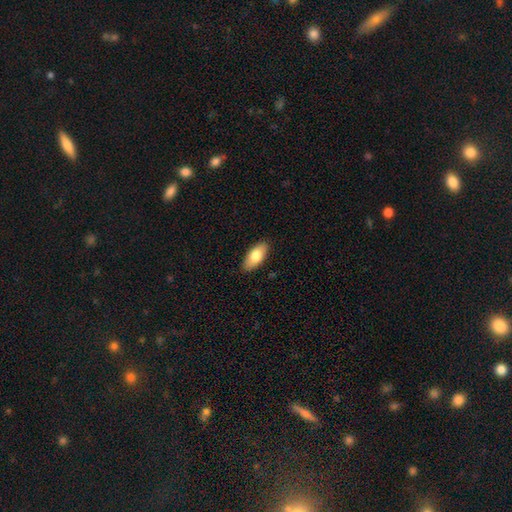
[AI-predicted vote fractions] A smooth galaxy with no disk features (77%) that is in between round and cigar-shaped (90%). Merging: none (89%).